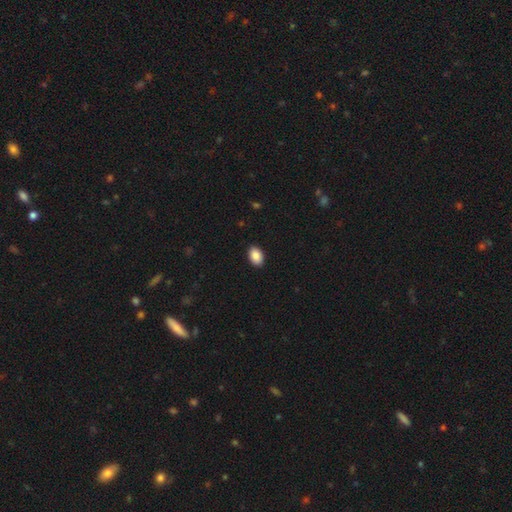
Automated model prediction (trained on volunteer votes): Smooth or featured: smooth — 89% (star or artifact — 7%)
How rounded: in between — 88% (round — 11%)
Merging: none — 91% (minor disturbance — 7%)